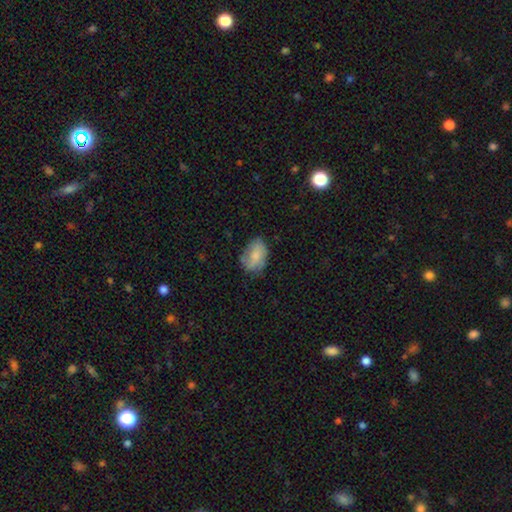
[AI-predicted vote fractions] A smooth galaxy with no disk features (68%) that is in between round and cigar-shaped (82%).

Vote fractions:
- Smooth or featured? smooth: 68% / featured or disk: 25% / star or artifact: 8%
- How rounded? in between: 82% / round: 17% / cigar-shaped: 1%
- Merging? none: 61% / minor disturbance: 27% / major disturbance: 10% / merger: 2%